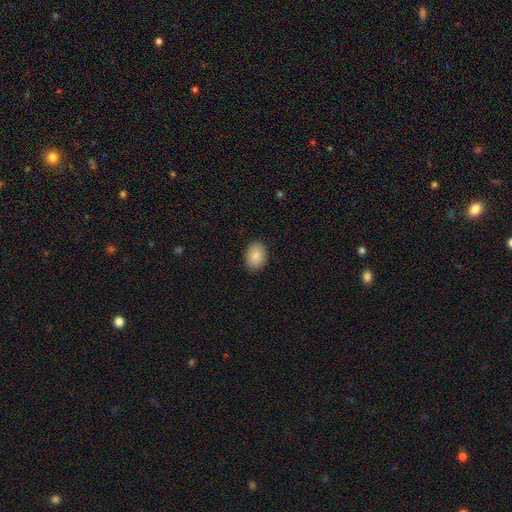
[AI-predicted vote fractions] Overall: smooth (88%). How rounded: in between (70%). Merging: none (89%).